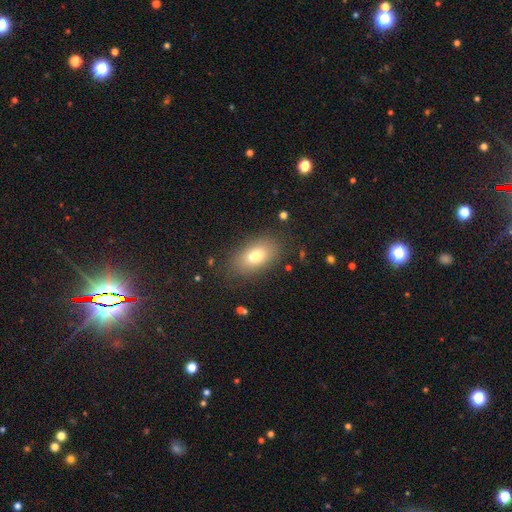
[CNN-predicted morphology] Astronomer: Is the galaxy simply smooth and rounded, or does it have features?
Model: smooth — 77%.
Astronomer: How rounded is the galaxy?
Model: in between — 90%.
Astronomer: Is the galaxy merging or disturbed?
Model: none — 83%.